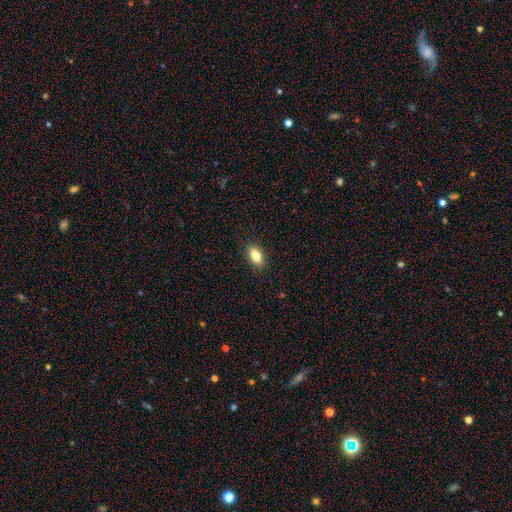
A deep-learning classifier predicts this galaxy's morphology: smooth 80%, featured or disk 12%, star or artifact 8%. Down the decision tree: how rounded — in between (88%); merging — none (89%).